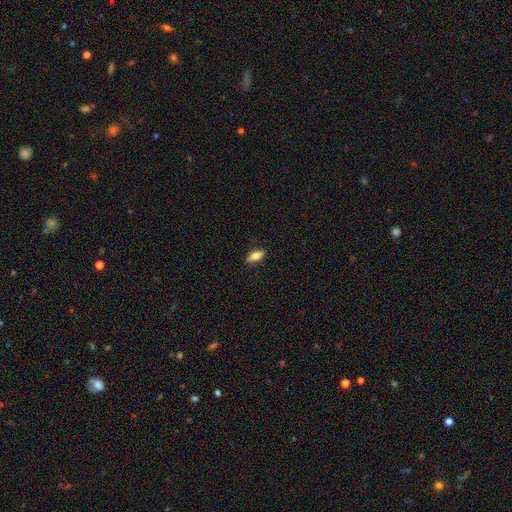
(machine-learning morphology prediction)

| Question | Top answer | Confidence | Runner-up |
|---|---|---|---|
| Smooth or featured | smooth | 81% | featured or disk (12%) |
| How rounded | in between | 81% | cigar-shaped (16%) |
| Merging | none | 87% | minor disturbance (10%) |